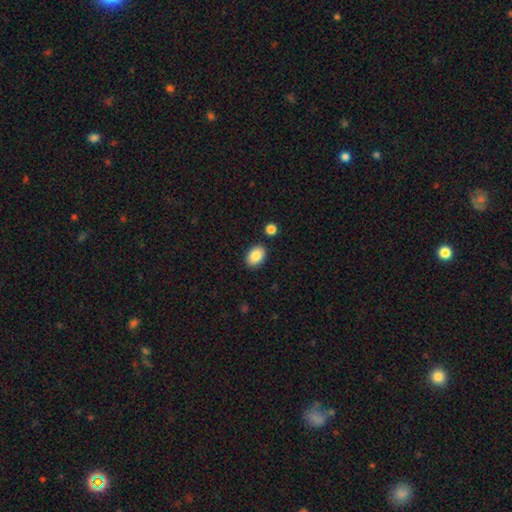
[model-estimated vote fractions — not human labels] smooth_or_featured: smooth (p=0.87) [alt: star or artifact p=0.07]
how_rounded: in between (p=0.85) [alt: round p=0.14]
merging: none (p=0.86) [alt: minor disturbance p=0.09]